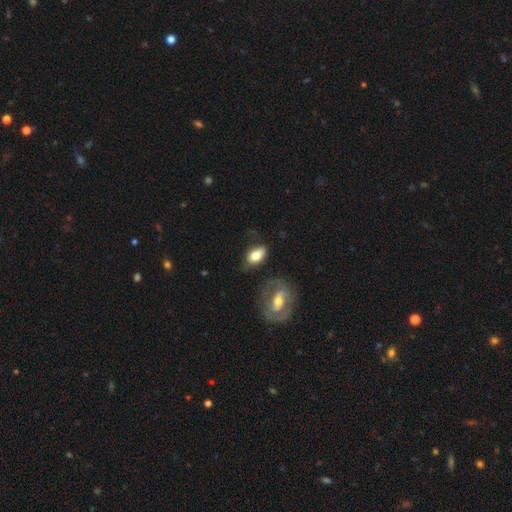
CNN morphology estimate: Smooth or featured?
  - smooth: 73% *
  - featured or disk: 20%
  - star or artifact: 7%
How rounded?
  - in between: 89% *
  - round: 8%
  - cigar-shaped: 3%
Merging?
  - none: 64% *
  - minor disturbance: 23%
  - major disturbance: 9%
  - merger: 5%